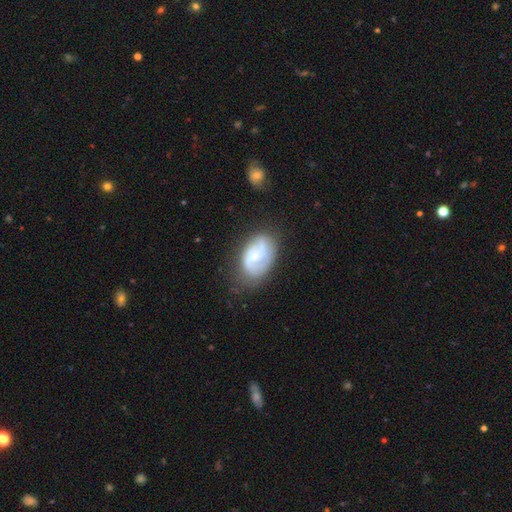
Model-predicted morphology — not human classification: smooth-or-featured: featured or disk: 67% | smooth: 26% | star or artifact: 7%
  disk-edge-on: no: 97% | yes: 3%
    bar: no: 52% | weak: 40% | strong: 8%
    has-spiral-arms: yes: 89% | no: 11%
      spiral-winding: medium: 44% | tight: 32% | loose: 24%
      spiral-arm-count: 2: 58% | can't tell: 20% | 3: 11% | 1: 7% | 4: 2% | more than 4: 2%
    bulge-size: small: 54% | moderate: 26% | none: 15% | large: 3% | dominant: 1%
  merging: none: 64% | minor disturbance: 23% | major disturbance: 11% | merger: 3%